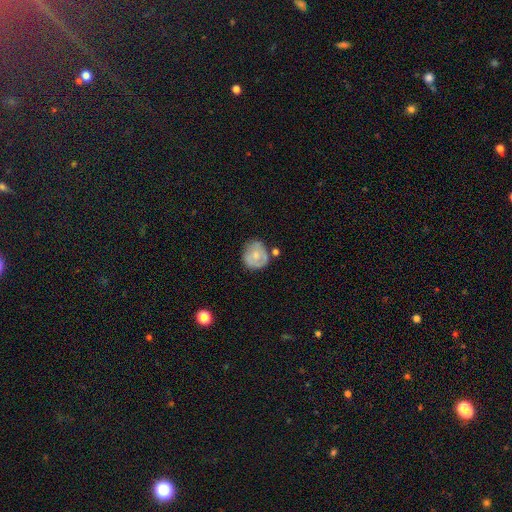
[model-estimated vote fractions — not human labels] A smooth galaxy with no disk features (61%) that is round (83%). Merging: none (58%).